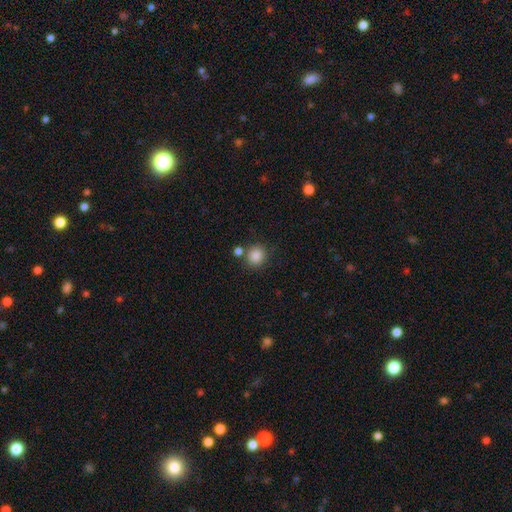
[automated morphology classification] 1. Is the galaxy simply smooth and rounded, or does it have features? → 86% smooth, 10% star or artifact, 4% featured or disk.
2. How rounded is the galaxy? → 86% round, 13% in between, 1% cigar-shaped.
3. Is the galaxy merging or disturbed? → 76% none, 11% merger, 9% minor disturbance, 3% major disturbance.